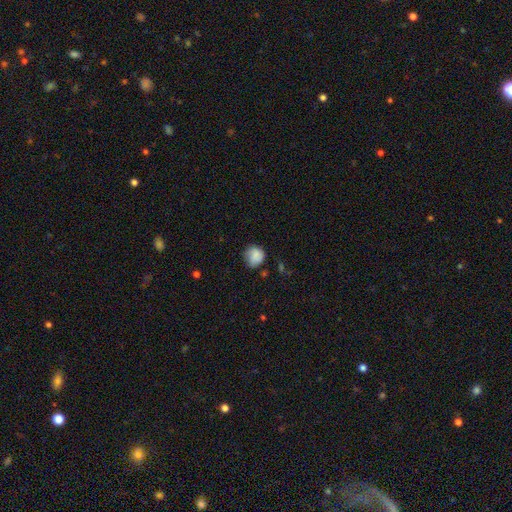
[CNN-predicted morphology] Smooth or featured: smooth — 83% (featured or disk — 9%)
How rounded: round — 82% (in between — 17%)
Merging: none — 61% (minor disturbance — 29%)